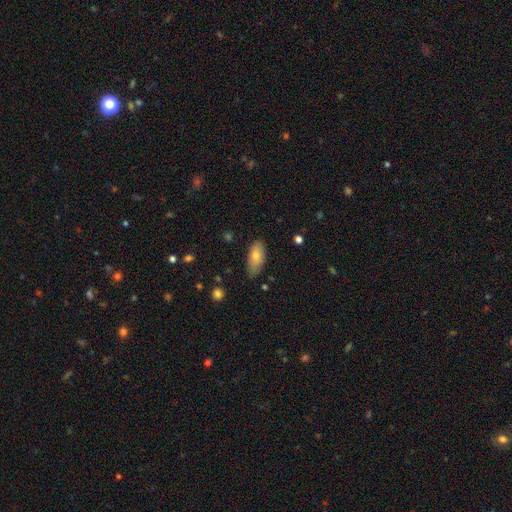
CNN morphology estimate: This appears to be a smooth galaxy with no disk features (73%) that is in between round and cigar-shaped (87%). Merging: none (74%).